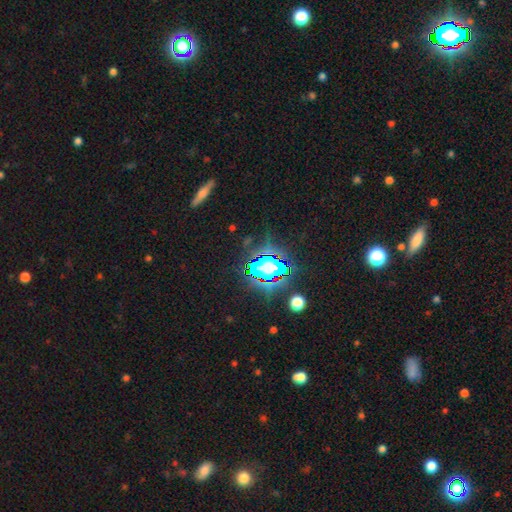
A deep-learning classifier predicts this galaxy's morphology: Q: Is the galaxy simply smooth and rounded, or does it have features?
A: star or artifact — 82%.